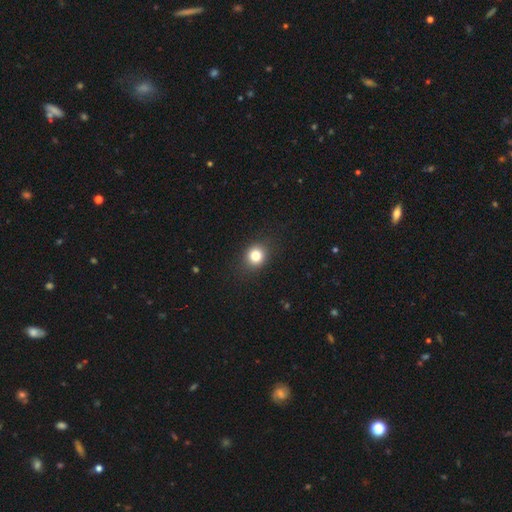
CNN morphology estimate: Smooth or featured?
  - smooth: 81% *
  - star or artifact: 12%
  - featured or disk: 7%
How rounded?
  - round: 75% *
  - in between: 24%
  - cigar-shaped: 1%
Merging?
  - none: 88% *
  - minor disturbance: 9%
  - major disturbance: 3%
  - merger: 1%